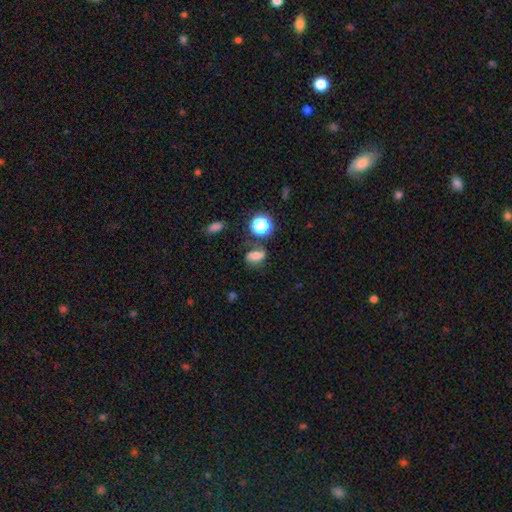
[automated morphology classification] Smooth or featured: smooth — 64% (star or artifact — 20%)
How rounded: in between — 68% (round — 28%)
Merging: none — 60% (minor disturbance — 22%)